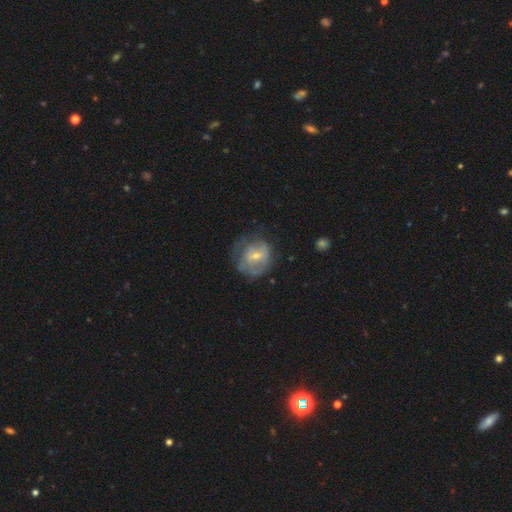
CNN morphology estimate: Smooth or featured?
  - featured or disk: 51% *
  - smooth: 40%
  - star or artifact: 8%
Edge-on disk?
  - no: 97% *
  - yes: 3%
Merging?
  - none: 49% *
  - minor disturbance: 27%
  - major disturbance: 22%
  - merger: 2%